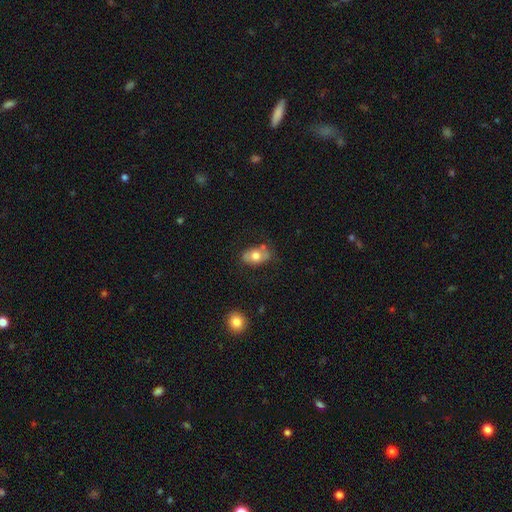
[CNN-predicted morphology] smooth-or-featured: smooth: 65% | featured or disk: 28% | star or artifact: 7%
  how-rounded: in between: 85% | round: 14% | cigar-shaped: 2%
  merging: none: 66% | minor disturbance: 23% | major disturbance: 7% | merger: 5%